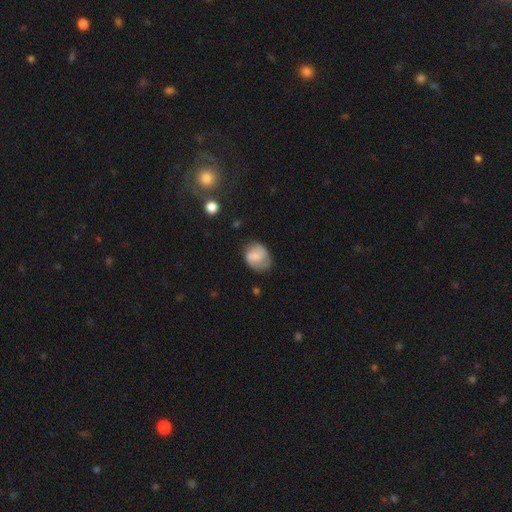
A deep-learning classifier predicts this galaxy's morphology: Smooth or featured? Predicted: smooth (p=0.58). How rounded? Predicted: round (p=0.55). Merging? Predicted: none (p=0.63).